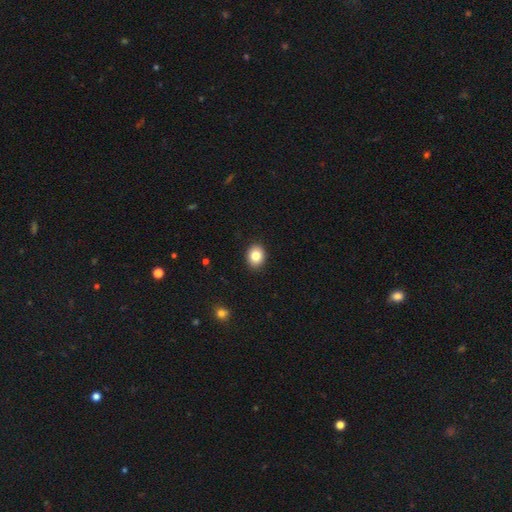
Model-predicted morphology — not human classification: This is clearly a smooth galaxy (83%). How rounded: possibly in between (51%). Merging: clearly none (91%).